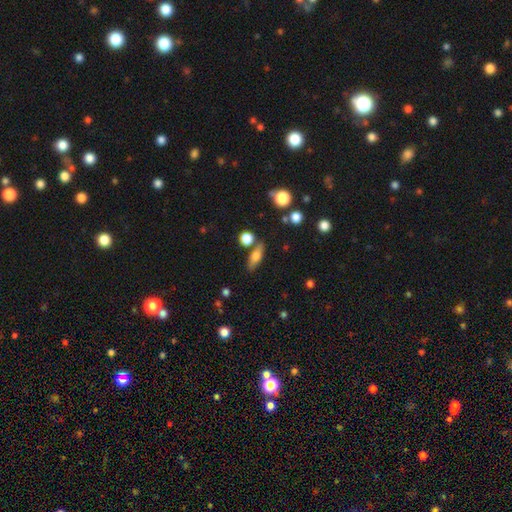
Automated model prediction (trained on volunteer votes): Smooth or featured: smooth — 63% (featured or disk — 28%)
How rounded: in between — 57% (cigar-shaped — 36%)
Merging: none — 76% (minor disturbance — 13%)